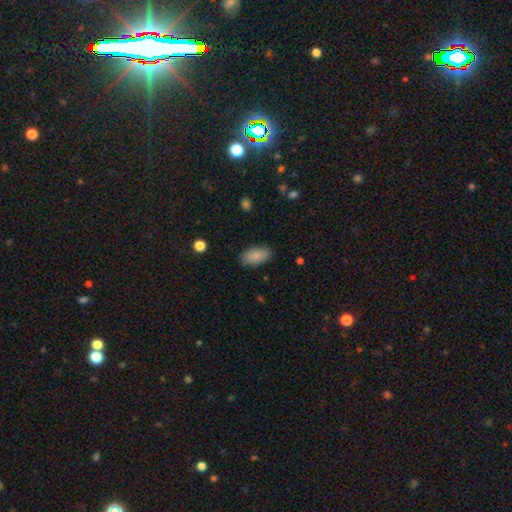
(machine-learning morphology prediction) A smooth galaxy with no disk features (87%) that is in between round and cigar-shaped (94%).

Vote fractions:
- Smooth or featured? smooth: 87% / star or artifact: 7% / featured or disk: 6%
- How rounded? in between: 94% / round: 3% / cigar-shaped: 3%
- Merging? none: 85% / minor disturbance: 11% / major disturbance: 3% / merger: 1%